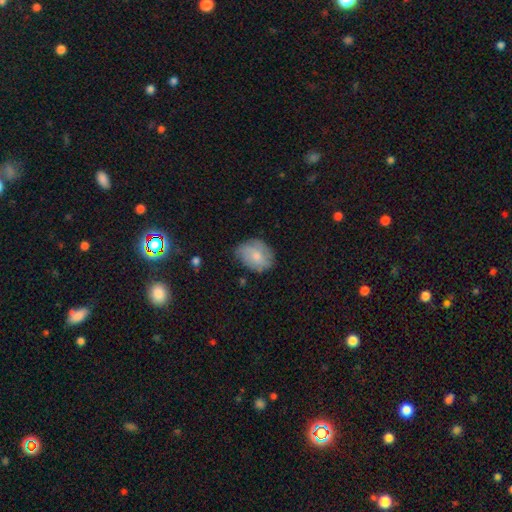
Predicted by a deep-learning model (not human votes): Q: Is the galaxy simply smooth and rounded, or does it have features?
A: smooth — 63%.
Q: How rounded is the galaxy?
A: in between — 67%.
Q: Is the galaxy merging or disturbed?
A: none — 65%.